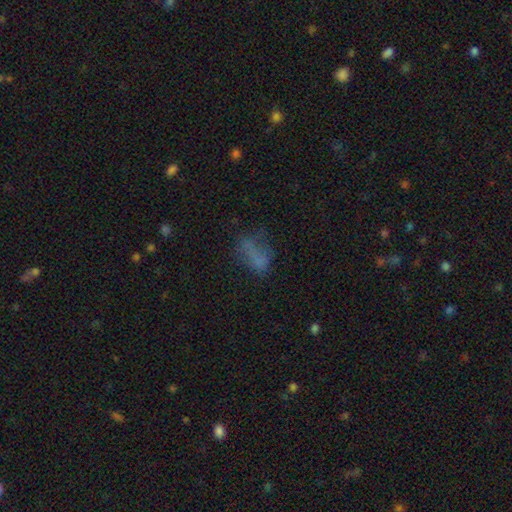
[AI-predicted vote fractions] smooth-or-featured: smooth: 56% | featured or disk: 23% | star or artifact: 21%
  how-rounded: in between: 79% | round: 11% | cigar-shaped: 10%
  merging: none: 42% | major disturbance: 28% | minor disturbance: 22% | merger: 8%